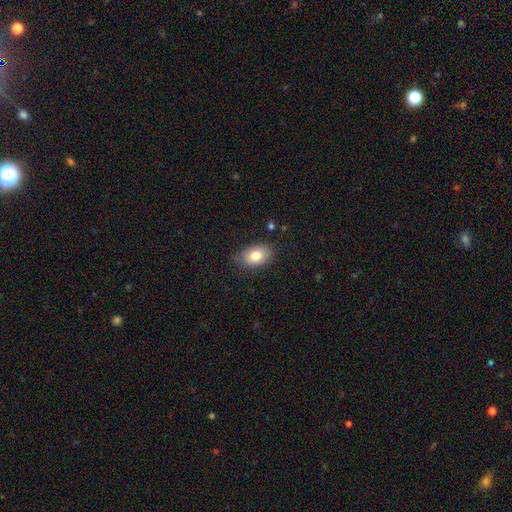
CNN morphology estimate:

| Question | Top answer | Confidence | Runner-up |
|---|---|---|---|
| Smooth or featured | smooth | 80% | featured or disk (12%) |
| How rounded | in between | 84% | round (15%) |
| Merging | none | 79% | minor disturbance (16%) |